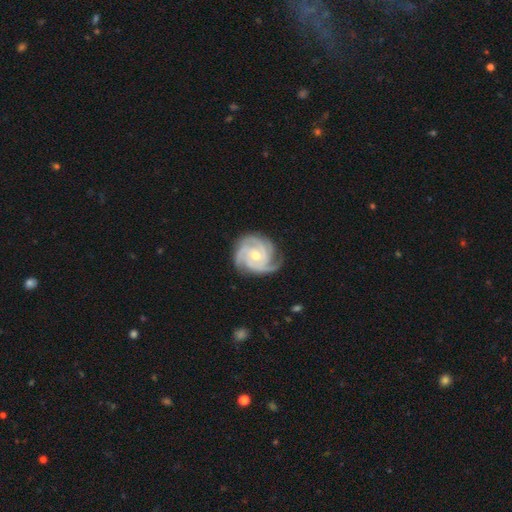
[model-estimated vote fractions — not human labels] A featured or disk galaxy (92%) with no bar (68%), 3 (60%) tight (69%) spiral arms (99%) and a moderate central bulge (55%).

Vote fractions:
- Smooth or featured? featured or disk: 92% / smooth: 4% / star or artifact: 4%
- Edge-on disk? no: 98% / yes: 2%
- Bar? no: 68% / weak: 25% / strong: 6%
- Spiral arms? yes: 99% / no: 1%
- Spiral winding? tight: 69% / medium: 27% / loose: 3%
- Spiral arm count? 3: 60% / 4: 19% / 2: 6% / can't tell: 6% / more than 4: 4% / 1: 4%
- Bulge size? moderate: 55% / small: 42% / large: 1% / none: 1% / dominant: 1%
- Merging? none: 79% / minor disturbance: 16% / major disturbance: 4% / merger: 1%